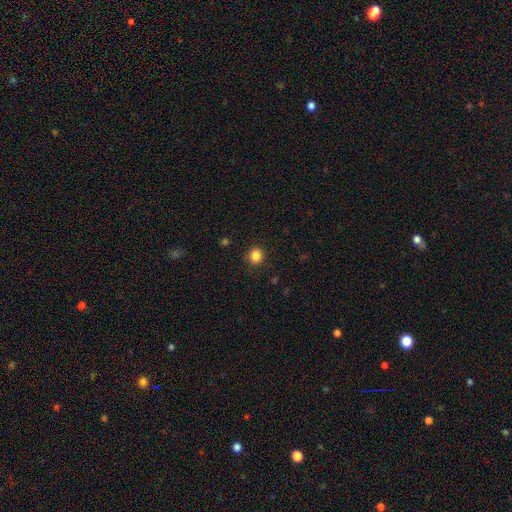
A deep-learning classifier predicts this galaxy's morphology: This is clearly a smooth galaxy (85%). How rounded: clearly round (87%). Merging: clearly none (88%).